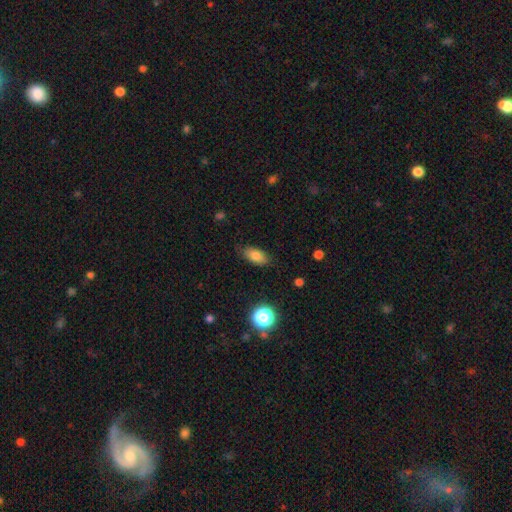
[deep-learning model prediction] A smooth galaxy with no disk features (81%) that is in between round and cigar-shaped (86%). Merging: none (81%).